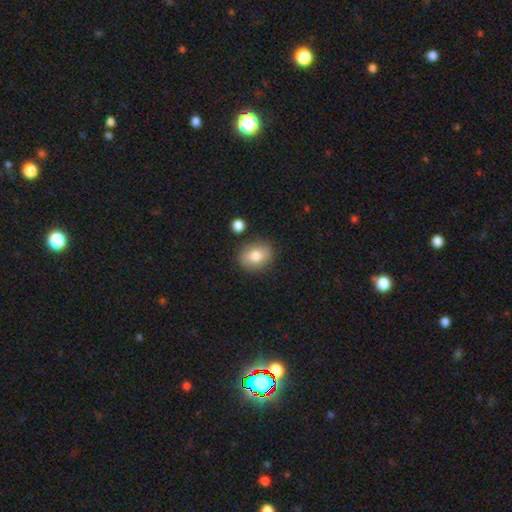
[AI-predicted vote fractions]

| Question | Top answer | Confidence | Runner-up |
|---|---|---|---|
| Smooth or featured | smooth | 78% | featured or disk (13%) |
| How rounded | in between | 50% | round (49%) |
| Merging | none | 82% | minor disturbance (11%) |